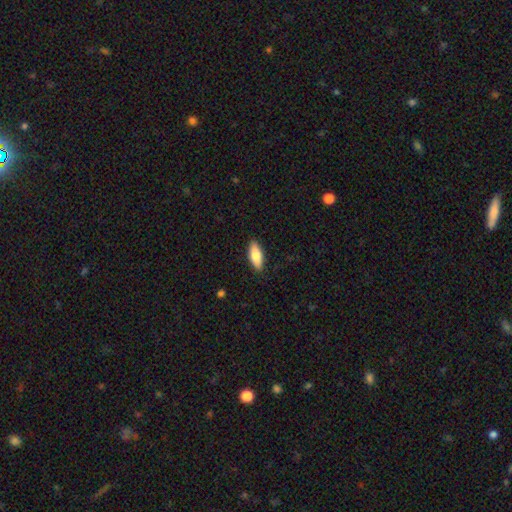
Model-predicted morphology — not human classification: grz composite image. It shows a smooth galaxy with no disk features (79%) that is in between round and cigar-shaped (71%). Merging: none (89%).